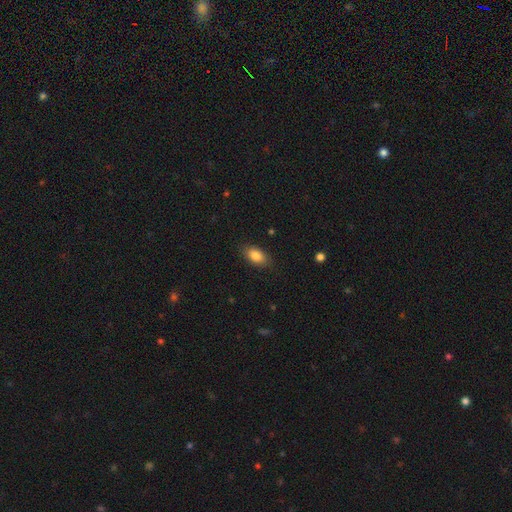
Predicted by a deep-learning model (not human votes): Smooth or featured? smooth (85%)
How rounded? in between (90%)
Merging? none (85%)